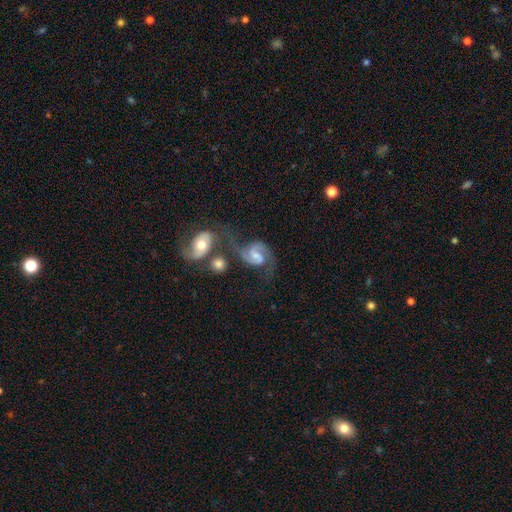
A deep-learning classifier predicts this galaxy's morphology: smooth-or-featured: featured or disk: 85% | smooth: 9% | star or artifact: 6%
  disk-edge-on: no: 98% | yes: 2%
    bar: weak: 51% | no: 30% | strong: 19%
    has-spiral-arms: yes: 96% | no: 4%
      spiral-winding: medium: 58% | loose: 24% | tight: 17%
      spiral-arm-count: 2: 92% | can't tell: 3% | 1: 2% | 3: 1% | 4: 1% | more than 4: 1%
    bulge-size: moderate: 42% | small: 38% | none: 13% | large: 6% | dominant: 2%
  merging: none: 49% | merger: 21% | minor disturbance: 17% | major disturbance: 13%